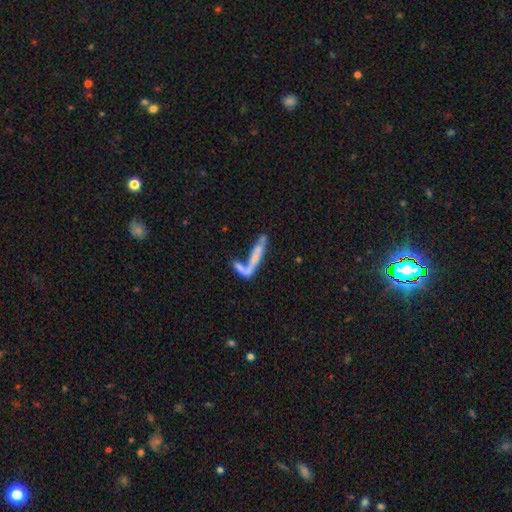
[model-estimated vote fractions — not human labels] This appears to be a smooth galaxy with no disk features (48%). Merging: merger (45%).